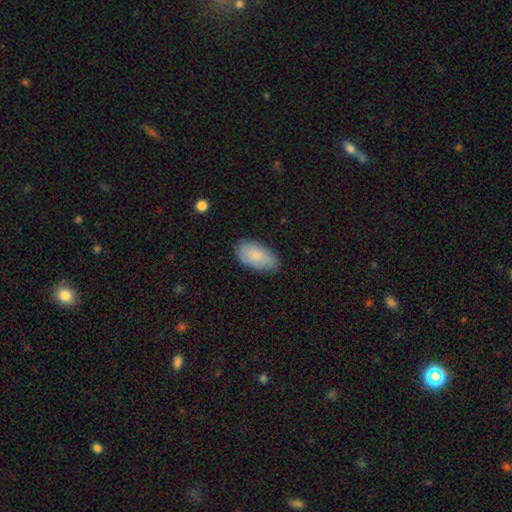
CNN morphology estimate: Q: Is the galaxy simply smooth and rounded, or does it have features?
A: smooth — 77%.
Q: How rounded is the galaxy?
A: in between — 94%.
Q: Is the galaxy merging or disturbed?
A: none — 77%.